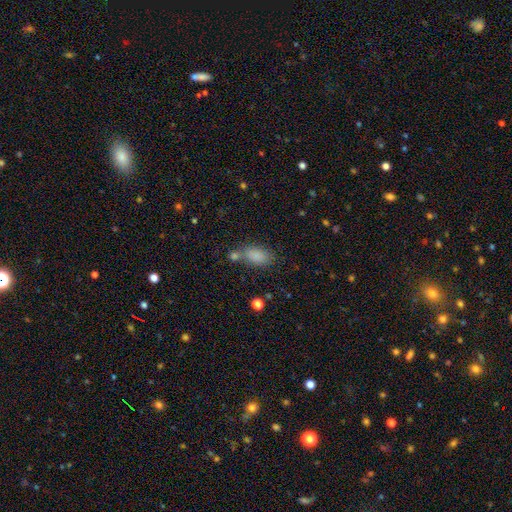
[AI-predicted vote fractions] Smooth or featured?
  - smooth: 83% *
  - star or artifact: 11%
  - featured or disk: 6%
How rounded?
  - in between: 88% *
  - round: 8%
  - cigar-shaped: 4%
Merging?
  - none: 58% *
  - merger: 21%
  - minor disturbance: 16%
  - major disturbance: 6%